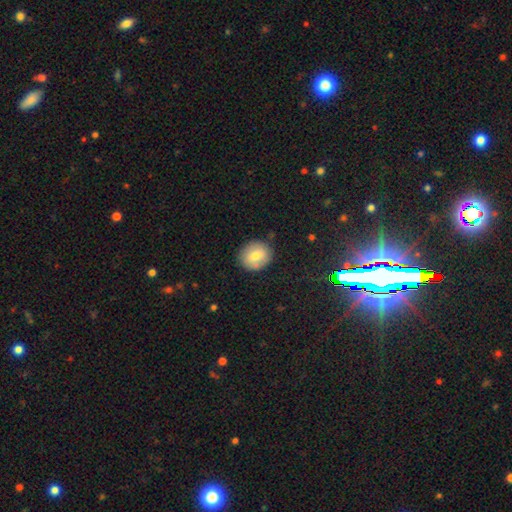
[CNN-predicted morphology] This appears to be a smooth galaxy with no disk features (72%) that is round (76%). Merging: none (84%).